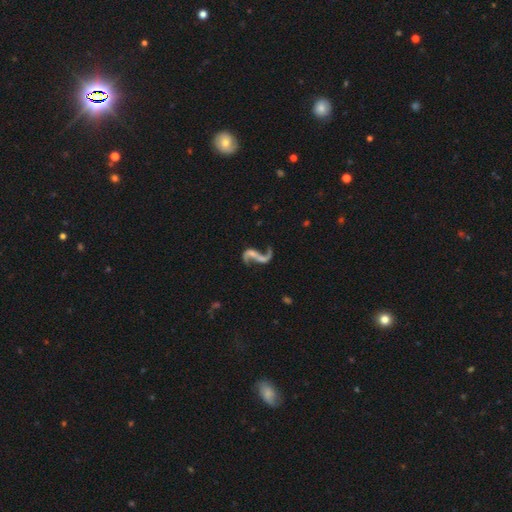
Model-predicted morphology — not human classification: This is clearly a featured or disk galaxy (85%). It is clearly not viewed edge-on (96%). Bar: marginally no (40%). Spiral arm pattern: clearly yes (92%). Spiral arm count: clearly 2 (87%). Spiral winding: clearly loose (90%). Central bulge: possibly none (48%). Merging: possibly none (55%).